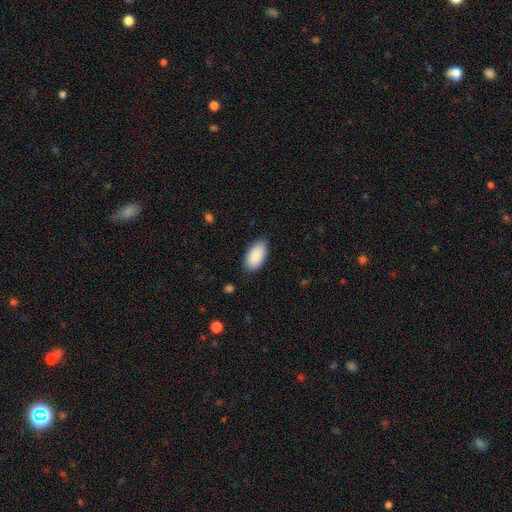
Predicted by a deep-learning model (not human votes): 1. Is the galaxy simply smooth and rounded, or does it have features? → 90% smooth, 6% star or artifact, 4% featured or disk.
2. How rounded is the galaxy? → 95% in between, 3% cigar-shaped, 2% round.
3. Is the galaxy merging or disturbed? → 82% none, 14% minor disturbance, 3% major disturbance, 1% merger.